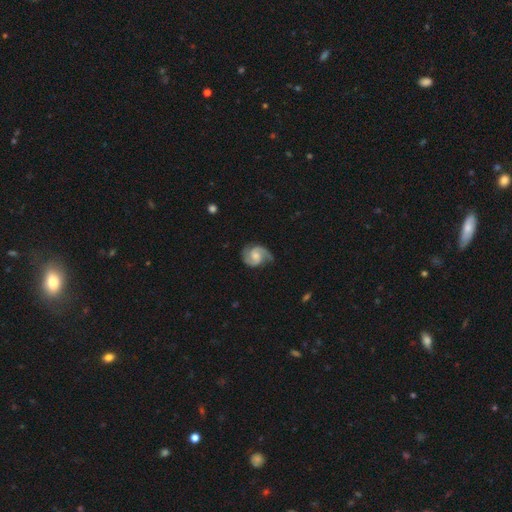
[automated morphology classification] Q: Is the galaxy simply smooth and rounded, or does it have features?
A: featured or disk — 85%.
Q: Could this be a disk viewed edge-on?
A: no — 98%.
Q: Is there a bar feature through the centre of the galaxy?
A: no — 49%.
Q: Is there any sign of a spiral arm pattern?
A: yes — 97%.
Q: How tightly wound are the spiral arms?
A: medium — 53%.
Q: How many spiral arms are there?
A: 2 — 91%.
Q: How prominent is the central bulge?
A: moderate — 45%.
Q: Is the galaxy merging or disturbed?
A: none — 75%.